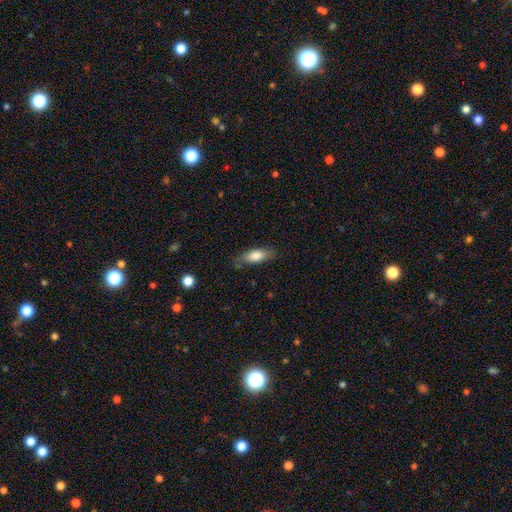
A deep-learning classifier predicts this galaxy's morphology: Overall: smooth (78%). How rounded: in between (71%). Merging: none (75%).